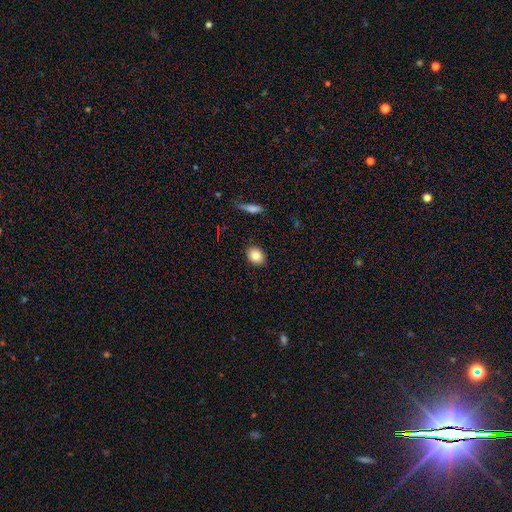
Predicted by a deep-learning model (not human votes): Smooth or featured? Predicted: smooth (p=0.82). How rounded? Predicted: in between (p=0.63). Merging? Predicted: none (p=0.90).